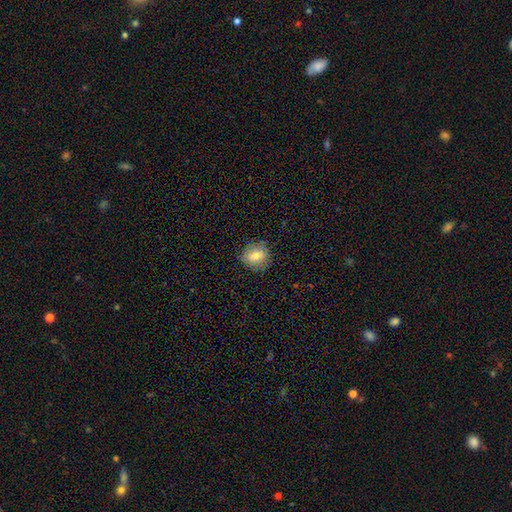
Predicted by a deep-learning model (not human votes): Smooth or featured?
  - smooth: 72% *
  - featured or disk: 18%
  - star or artifact: 10%
How rounded?
  - round: 78% *
  - in between: 21%
  - cigar-shaped: 1%
Merging?
  - none: 85% *
  - minor disturbance: 11%
  - major disturbance: 3%
  - merger: 1%